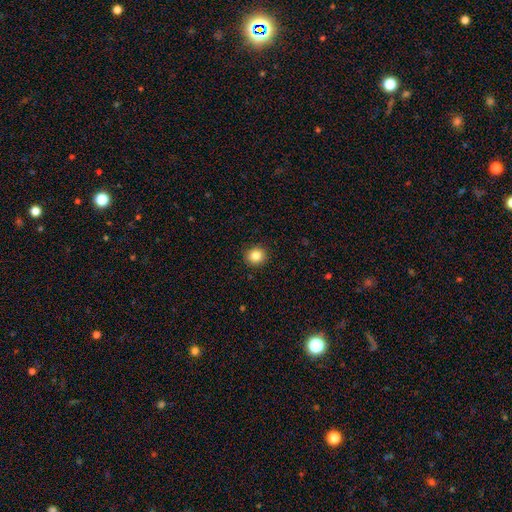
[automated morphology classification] A smooth galaxy with no disk features (85%) that is round (89%). Merging: none (92%).